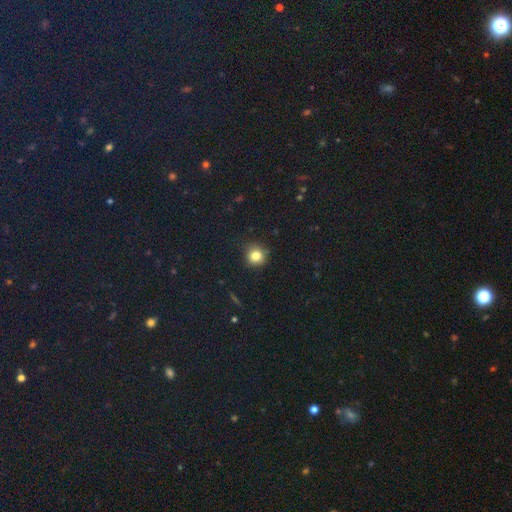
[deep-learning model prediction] This appears to be a smooth galaxy with no disk features (81%) that is round (88%). Merging: none (82%).